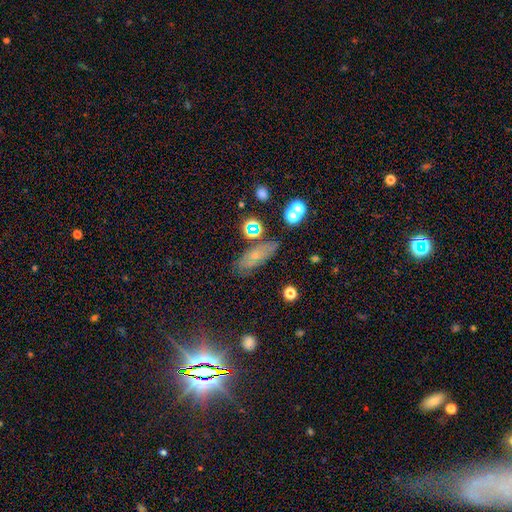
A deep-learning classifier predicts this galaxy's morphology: Smooth or featured?
  - smooth: 43% *
  - featured or disk: 33%
  - star or artifact: 24%
Merging?
  - none: 67% *
  - minor disturbance: 19%
  - major disturbance: 7%
  - merger: 7%